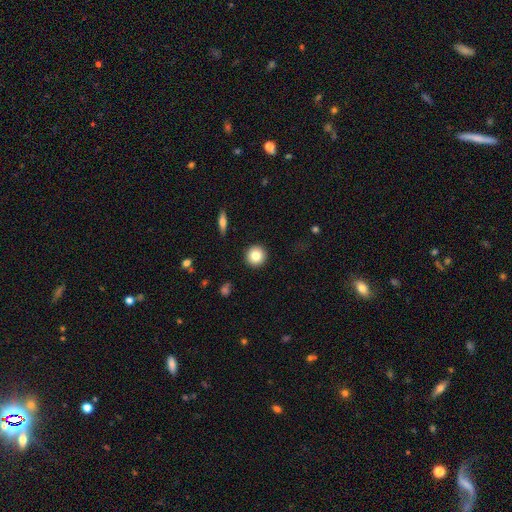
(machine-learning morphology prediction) Smooth or featured: smooth — 82% (featured or disk — 10%)
How rounded: round — 95% (in between — 4%)
Merging: none — 92% (minor disturbance — 5%)